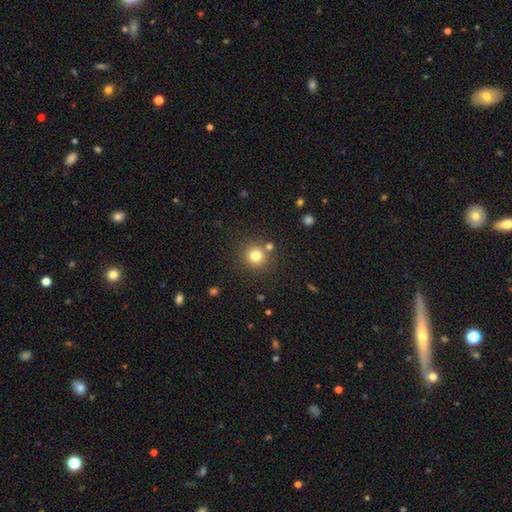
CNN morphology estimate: The model was most divided on "smooth or featured": smooth: 79%, star or artifact: 14%, featured or disk: 7%. More confident: how rounded — round (94%); merging — none (82%).